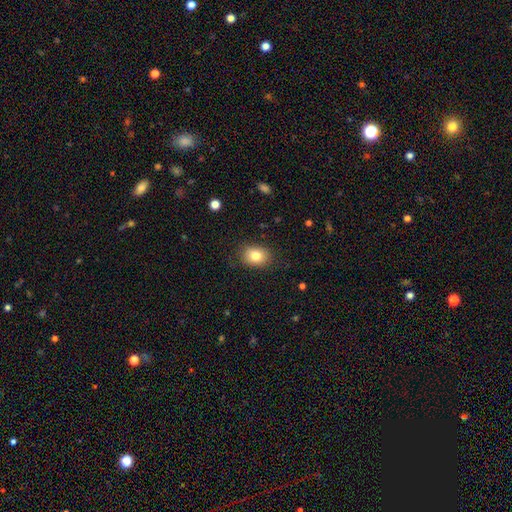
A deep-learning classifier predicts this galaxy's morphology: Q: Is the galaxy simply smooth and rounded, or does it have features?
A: smooth — 81%.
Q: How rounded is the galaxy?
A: in between — 59%.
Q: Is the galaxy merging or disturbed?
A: none — 84%.